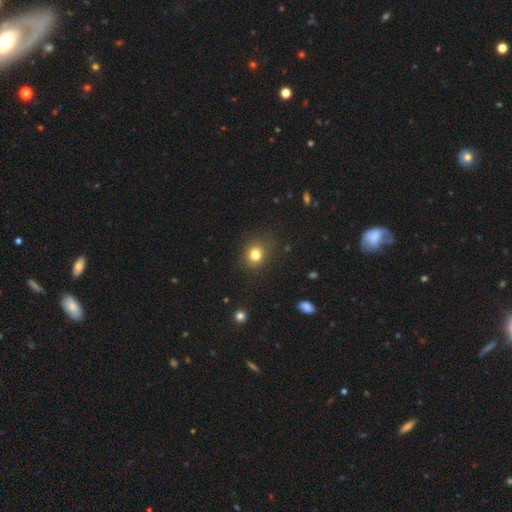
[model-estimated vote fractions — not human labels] Q: Smooth or featured?
A: smooth (80%); runner-up: star or artifact (13%)
Q: How rounded?
A: round (69%); runner-up: in between (30%)
Q: Merging?
A: none (79%); runner-up: minor disturbance (14%)